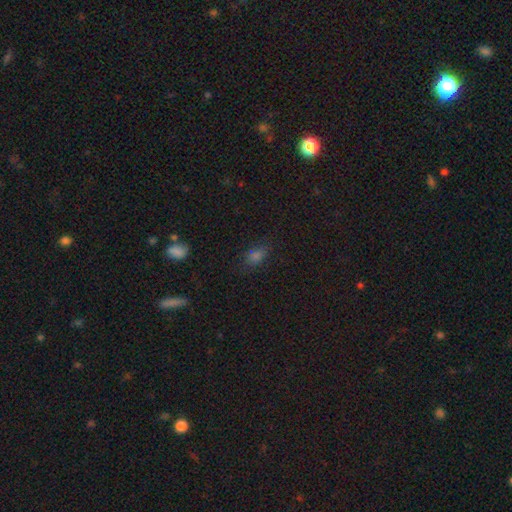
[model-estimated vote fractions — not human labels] A smooth galaxy with no disk features (71%) that is in between round and cigar-shaped (81%).

Vote fractions:
- Smooth or featured? smooth: 71% / star or artifact: 21% / featured or disk: 7%
- How rounded? in between: 81% / round: 12% / cigar-shaped: 7%
- Merging? none: 73% / minor disturbance: 18% / major disturbance: 5% / merger: 3%